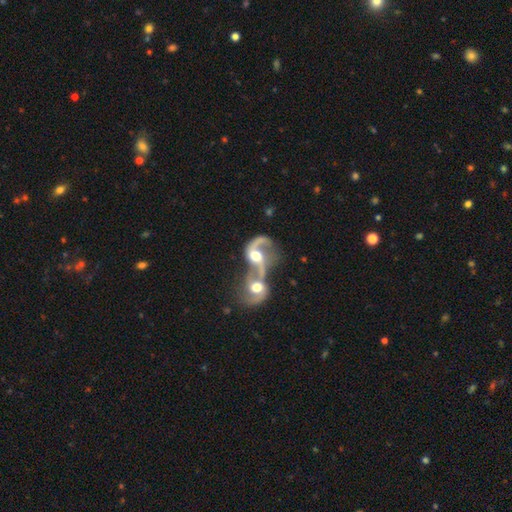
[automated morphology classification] smooth-or-featured: featured or disk: 78% | smooth: 16% | star or artifact: 6%
  disk-edge-on: no: 97% | yes: 3%
    bar: no: 56% | weak: 32% | strong: 12%
    has-spiral-arms: yes: 86% | no: 14%
      spiral-winding: loose: 61% | medium: 32% | tight: 8%
      spiral-arm-count: 2: 73% | 1: 18% | can't tell: 6% | 3: 1% | 4: 1% | more than 4: 1%
    bulge-size: moderate: 62% | large: 24% | small: 9% | none: 3% | dominant: 2%
  merging: merger: 83% | major disturbance: 7% | none: 7% | minor disturbance: 4%